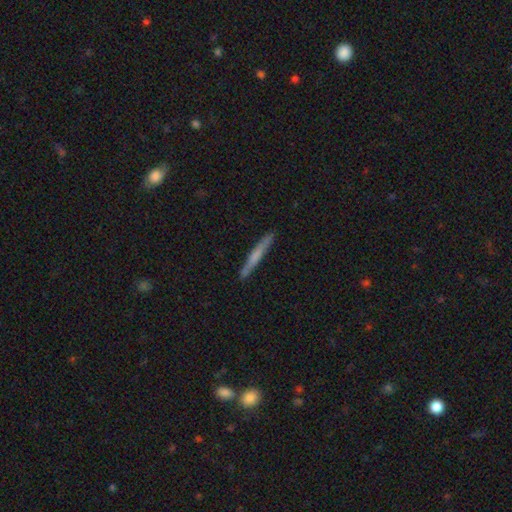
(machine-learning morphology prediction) Smooth or featured: smooth — 56% (featured or disk — 39%)
How rounded: cigar-shaped — 96% (in between — 3%)
Merging: none — 89% (minor disturbance — 8%)